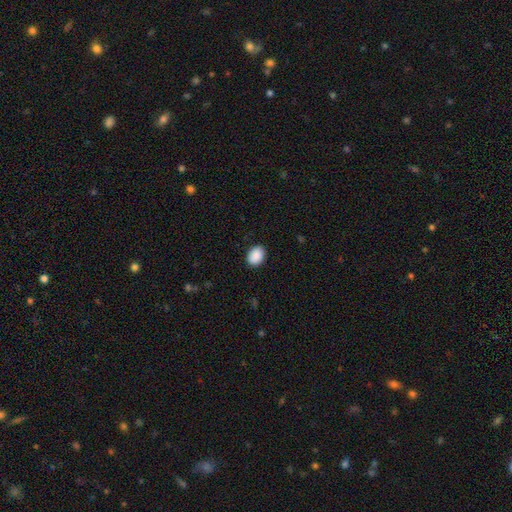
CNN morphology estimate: A smooth galaxy with no disk features (91%) that is in between round and cigar-shaped (73%). Merging: none (89%).